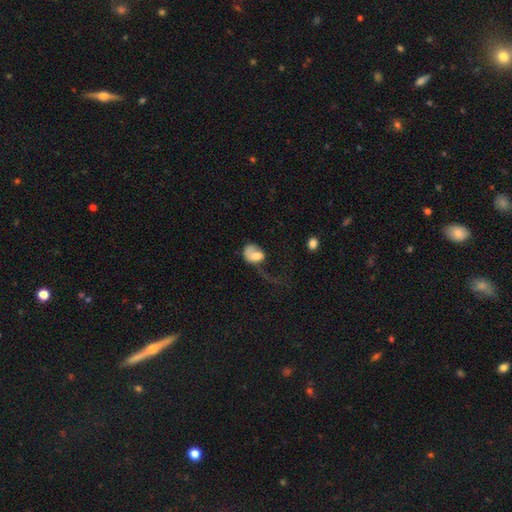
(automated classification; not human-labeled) Smooth or featured? Predicted: smooth (p=0.62). How rounded? Predicted: in between (p=0.67). Merging? Predicted: major disturbance (p=0.61).